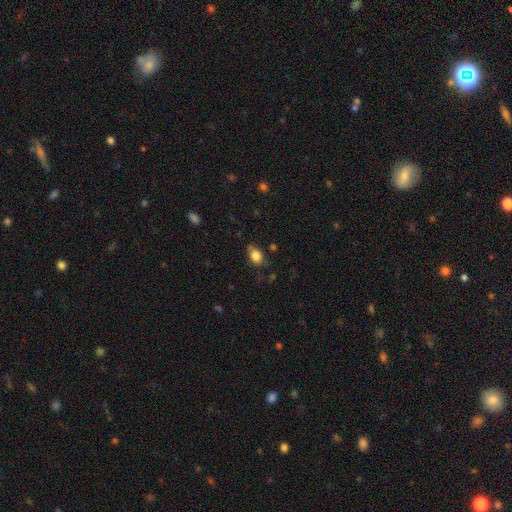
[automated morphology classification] Smooth or featured: smooth — 83% (star or artifact — 9%)
How rounded: in between — 76% (round — 23%)
Merging: none — 63% (minor disturbance — 27%)